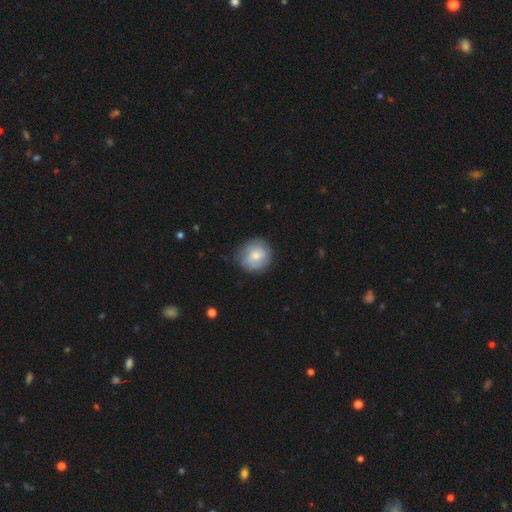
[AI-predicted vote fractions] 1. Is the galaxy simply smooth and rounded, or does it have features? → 62% smooth, 31% featured or disk, 7% star or artifact.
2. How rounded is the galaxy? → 86% round, 13% in between, 1% cigar-shaped.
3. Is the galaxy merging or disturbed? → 77% none, 17% minor disturbance, 5% major disturbance, 1% merger.